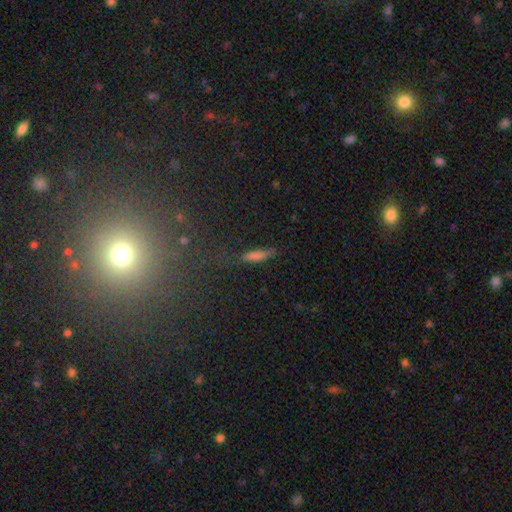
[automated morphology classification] type=smooth (41%); merging=none (81%).